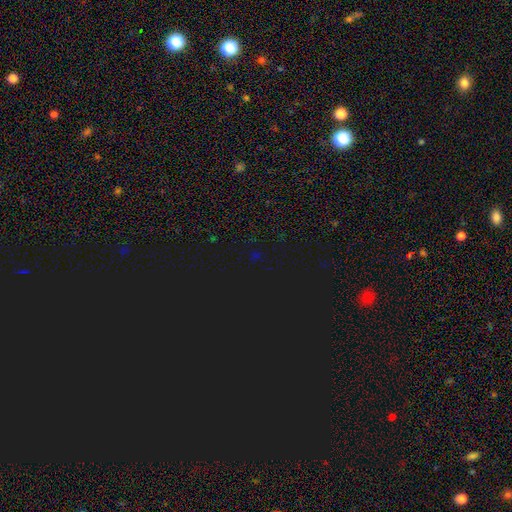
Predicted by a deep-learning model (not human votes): Overall: star or artifact (78%).